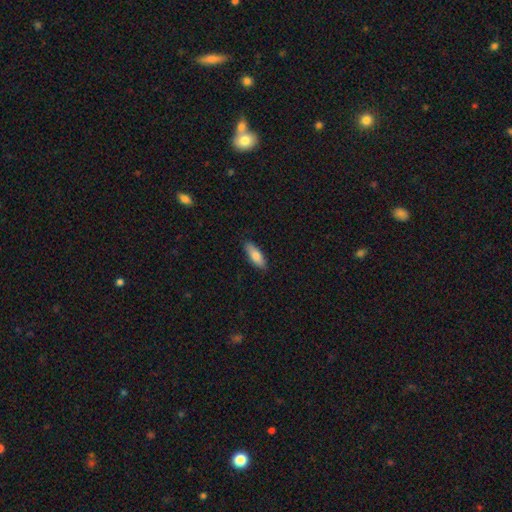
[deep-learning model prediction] Smooth or featured? smooth (81%)
How rounded? in between (65%)
Merging? none (87%)